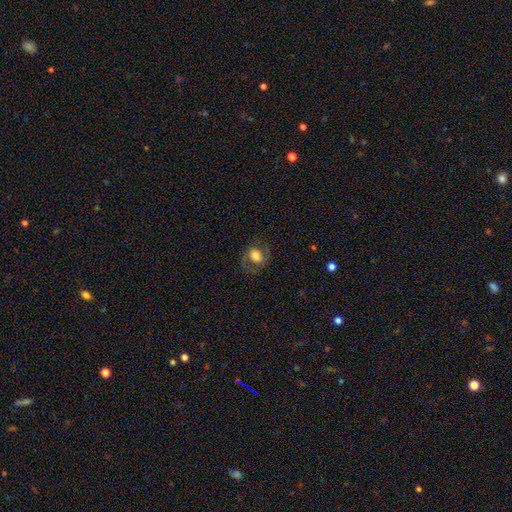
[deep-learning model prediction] The model was most divided on "how rounded": in between: 58%, round: 41%, cigar-shaped: 1%. More confident: merging — none (71%); smooth or featured — smooth (65%).